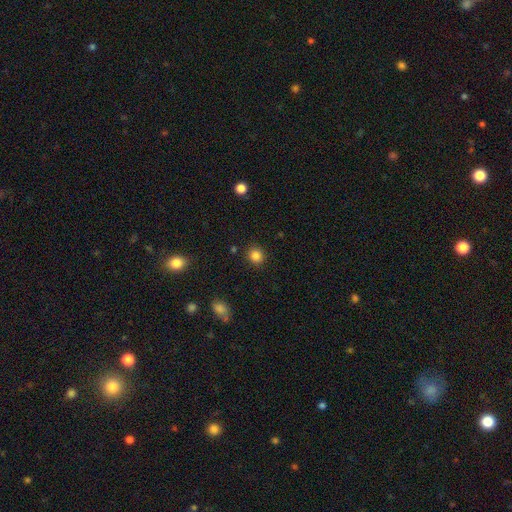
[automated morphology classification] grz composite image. It shows a smooth galaxy with no disk features (85%) that is round (88%). Merging: none (89%).